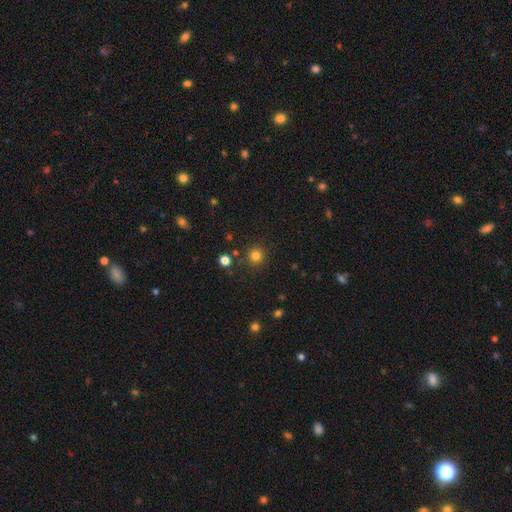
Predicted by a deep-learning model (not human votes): A smooth galaxy with no disk features (80%) that is round (93%). Merging: none (86%).